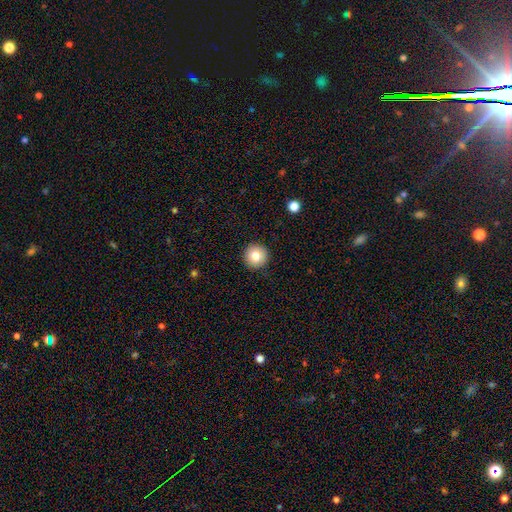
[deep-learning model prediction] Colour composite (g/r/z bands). It shows a smooth galaxy with no disk features (80%) that is round (97%). Merging: none (93%).